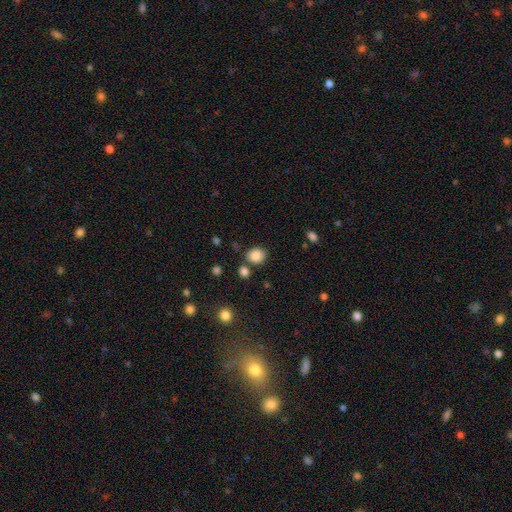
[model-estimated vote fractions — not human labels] Smooth or featured? smooth (85%)
How rounded? round (64%)
Merging? none (73%)